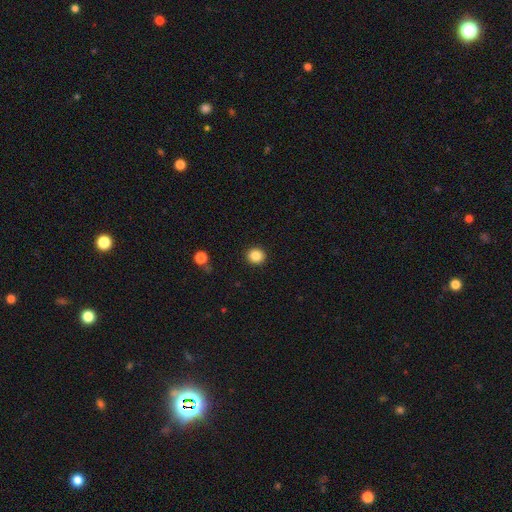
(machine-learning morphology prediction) Smooth or featured: smooth — 85% (star or artifact — 10%)
How rounded: round — 89% (in between — 10%)
Merging: none — 92% (minor disturbance — 5%)